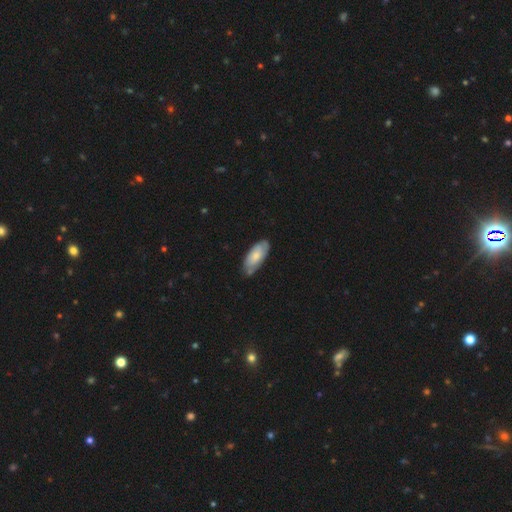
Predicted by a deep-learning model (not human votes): This is likely a smooth galaxy (68%). How rounded: clearly in between (85%). Merging: likely none (68%).